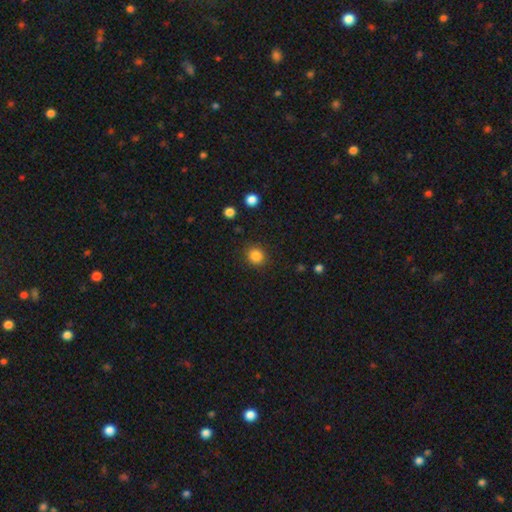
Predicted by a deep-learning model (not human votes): Smooth or featured? Predicted: smooth (p=0.85). How rounded? Predicted: round (p=0.83). Merging? Predicted: none (p=0.87).